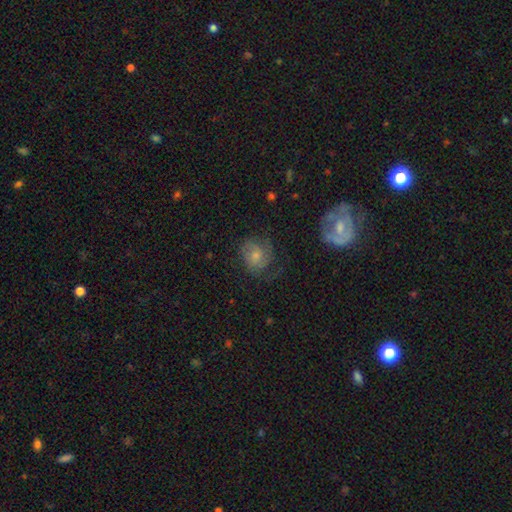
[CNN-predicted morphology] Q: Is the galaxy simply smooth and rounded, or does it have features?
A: featured or disk — 59%.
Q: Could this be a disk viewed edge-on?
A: no — 97%.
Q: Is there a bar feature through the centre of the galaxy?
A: no — 69%.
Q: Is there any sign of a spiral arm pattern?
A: yes — 88%.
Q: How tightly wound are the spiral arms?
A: tight — 47%.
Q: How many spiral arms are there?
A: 2 — 38%.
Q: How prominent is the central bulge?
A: small — 46%.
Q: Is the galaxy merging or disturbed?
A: none — 66%.